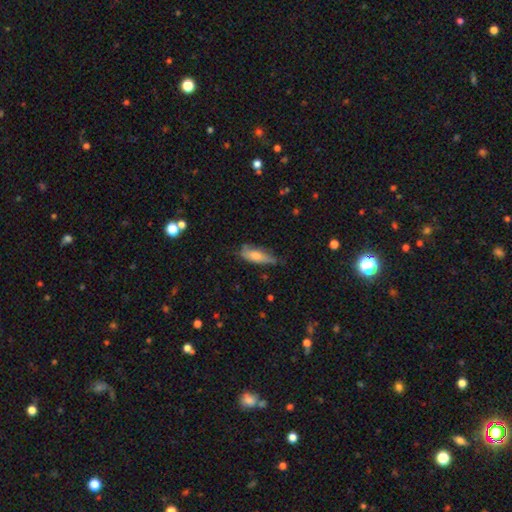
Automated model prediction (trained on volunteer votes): Smooth or featured? smooth (58%)
How rounded? in between (58%)
Merging? none (53%)